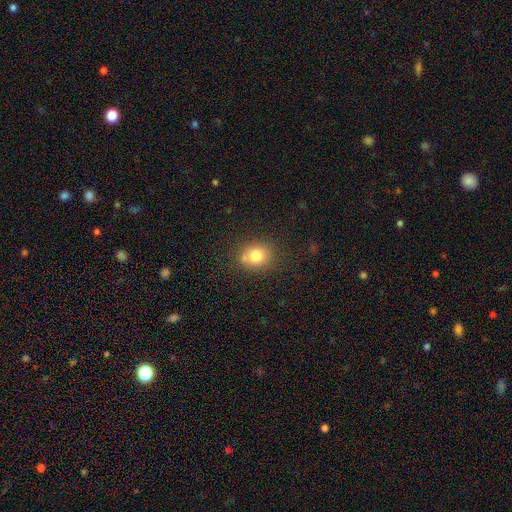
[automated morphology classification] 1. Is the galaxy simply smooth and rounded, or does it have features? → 78% smooth, 11% featured or disk, 11% star or artifact.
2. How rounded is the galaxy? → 69% round, 30% in between, 1% cigar-shaped.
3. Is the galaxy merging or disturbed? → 70% none, 14% minor disturbance, 12% merger, 4% major disturbance.